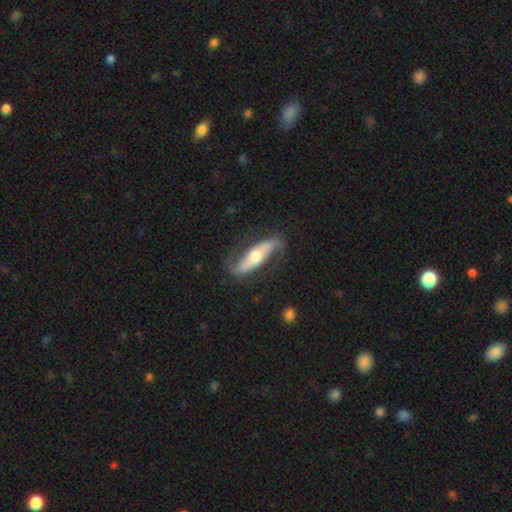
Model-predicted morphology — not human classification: A featured or disk galaxy (72%) with no bar (45%), spiral arms (86%) and a moderate central bulge (65%).

Vote fractions:
- Smooth or featured? featured or disk: 72% / smooth: 24% / star or artifact: 5%
- Edge-on disk? no: 70% / yes: 30%
- Bar? no: 45% / strong: 33% / weak: 22%
- Spiral arms? yes: 86% / no: 14%
- Bulge size? moderate: 65% / small: 22% / large: 10% / dominant: 2% / none: 2%
- Merging? none: 74% / minor disturbance: 17% / major disturbance: 7% / merger: 2%